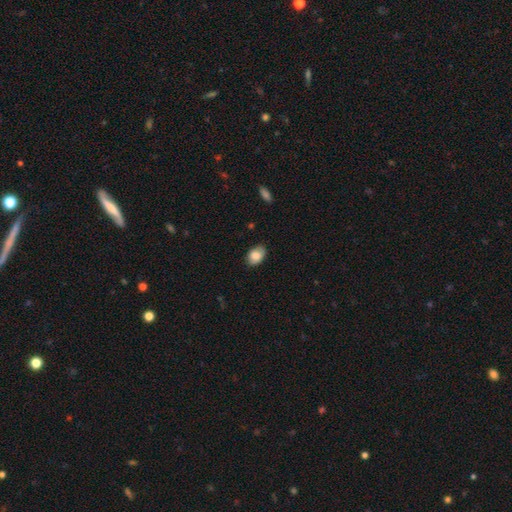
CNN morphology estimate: type=smooth (83%); roundness=in between (84%); merging=none (80%).